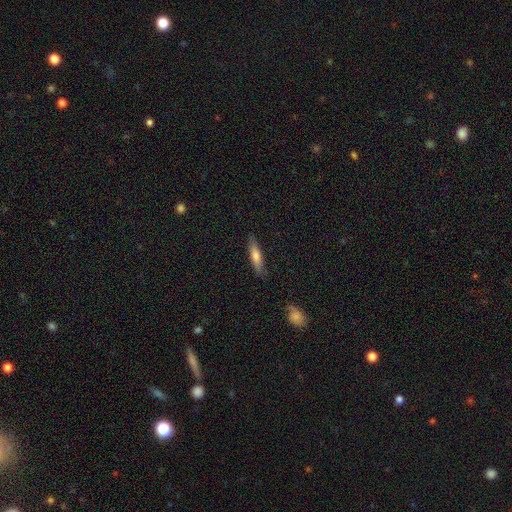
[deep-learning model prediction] smooth-or-featured: smooth: 64% | featured or disk: 29% | star or artifact: 6%
  how-rounded: cigar-shaped: 79% | in between: 19% | round: 2%
  merging: none: 85% | minor disturbance: 12% | major disturbance: 2% | merger: 1%